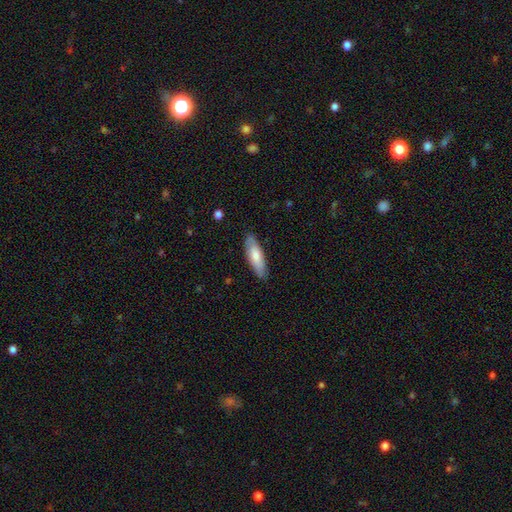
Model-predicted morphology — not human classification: Smooth or featured?
  - smooth: 73% *
  - featured or disk: 22%
  - star or artifact: 5%
How rounded?
  - cigar-shaped: 51% *
  - in between: 48%
  - round: 2%
Merging?
  - none: 85% *
  - minor disturbance: 12%
  - major disturbance: 2%
  - merger: 1%